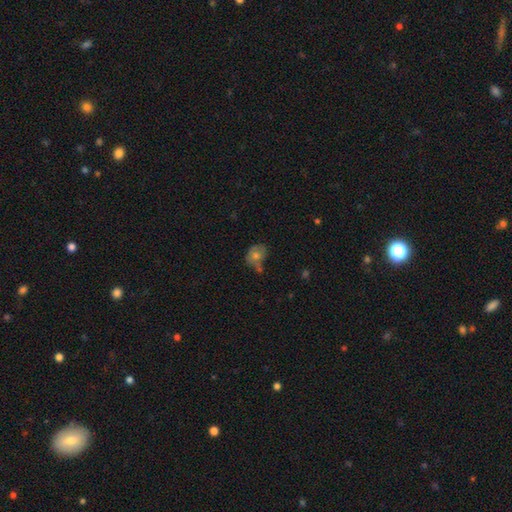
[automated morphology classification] Smooth or featured? smooth (53%)
How rounded? in between (49%, tied with round)
Merging? none (48%)